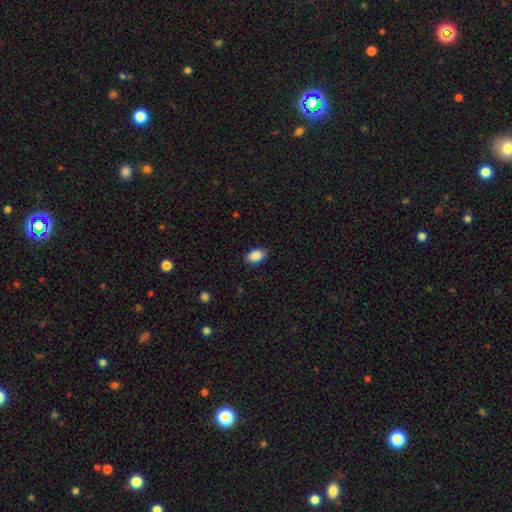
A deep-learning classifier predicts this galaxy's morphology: This appears to be a smooth galaxy with no disk features (89%) that is in between round and cigar-shaped (86%). Merging: none (85%).